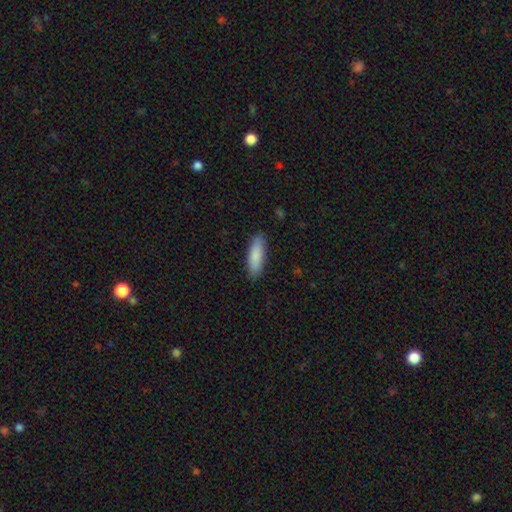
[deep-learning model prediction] smooth 87%, featured or disk 8%, star or artifact 5%. Down the decision tree: how rounded — in between (53%); merging — none (86%).